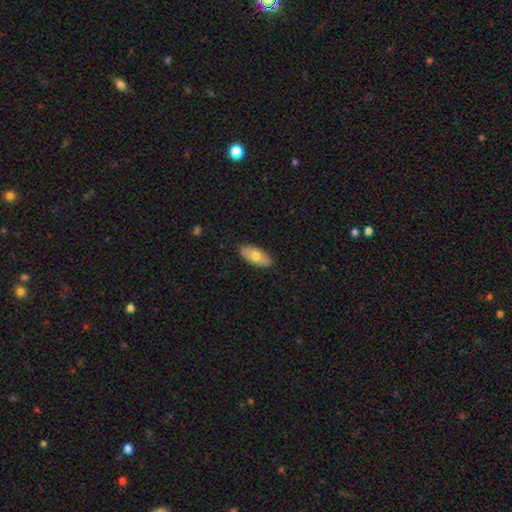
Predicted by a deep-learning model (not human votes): This is likely a smooth galaxy (71%). How rounded: clearly in between (89%). Merging: clearly none (88%).